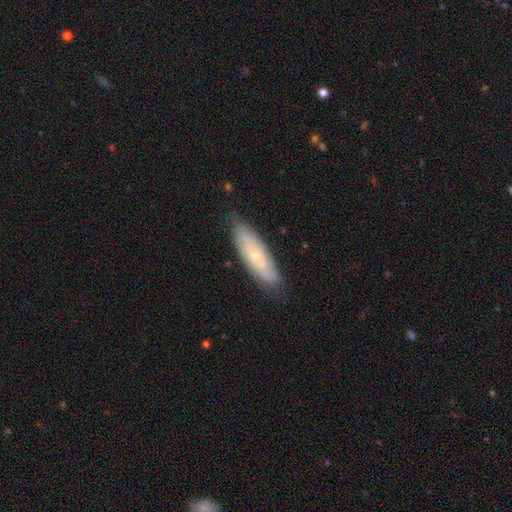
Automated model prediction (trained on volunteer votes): Morphology: type=featured or disk (57%); edge-on=no (79%); merging=none (79%).